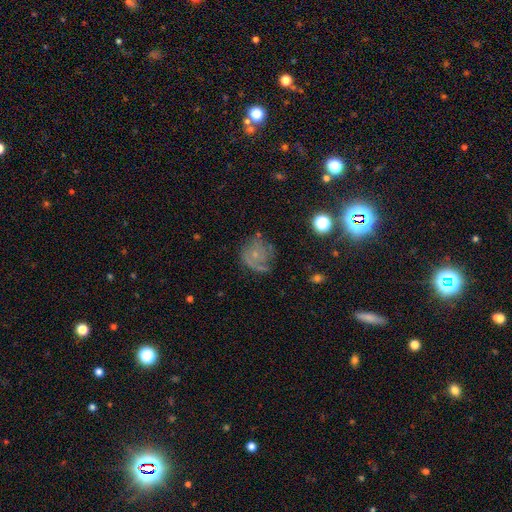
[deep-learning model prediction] A featured or disk galaxy (59%) with no bar (82%), spiral arms (80%) and a small central bulge (75%). Merging: none (55%).